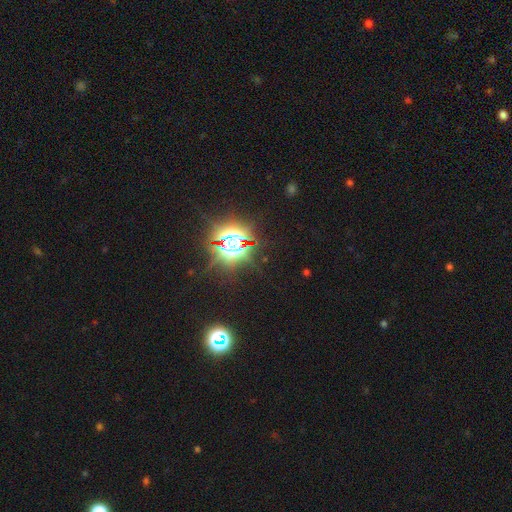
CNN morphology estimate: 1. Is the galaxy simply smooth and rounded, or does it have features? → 83% star or artifact, 12% smooth, 5% featured or disk.